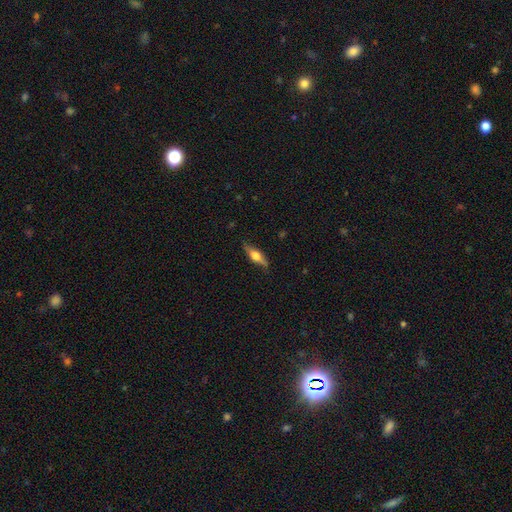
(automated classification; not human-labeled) smooth-or-featured: featured or disk: 55% | smooth: 39% | star or artifact: 6%
  disk-edge-on: yes: 90% | no: 10%
  merging: none: 81% | minor disturbance: 15% | major disturbance: 3% | merger: 1%